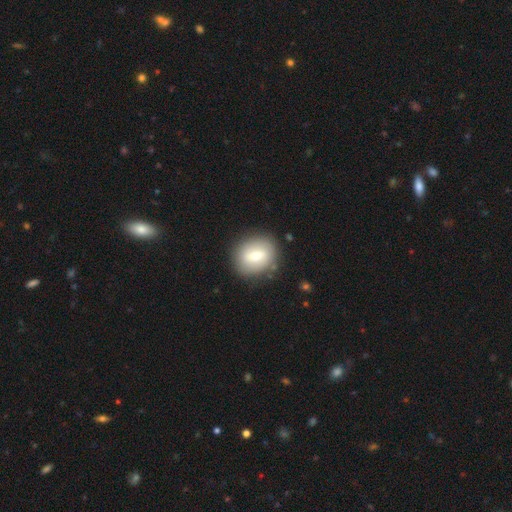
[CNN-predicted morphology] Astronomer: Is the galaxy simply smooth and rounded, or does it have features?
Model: smooth — 64%.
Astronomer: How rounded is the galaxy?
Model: round — 53% (runner-up: in between, 45%).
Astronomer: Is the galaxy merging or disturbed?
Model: none — 82%.